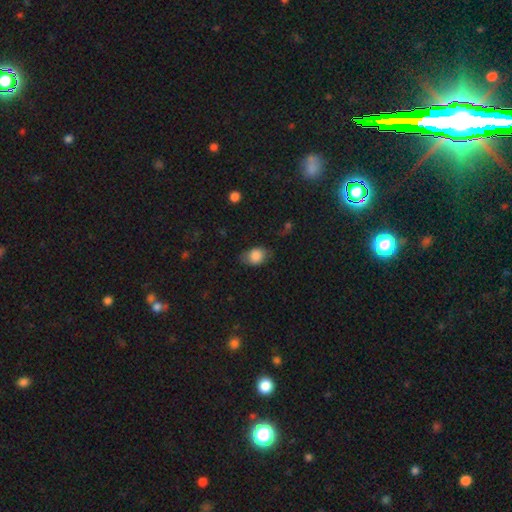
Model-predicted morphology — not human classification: Smooth or featured? smooth (83%)
How rounded? in between (69%)
Merging? none (68%)